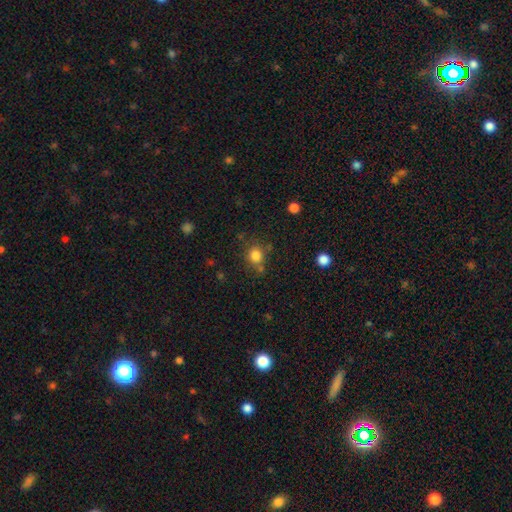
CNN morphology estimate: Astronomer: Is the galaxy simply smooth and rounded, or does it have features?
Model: smooth — 81%.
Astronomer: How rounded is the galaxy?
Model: round — 79%.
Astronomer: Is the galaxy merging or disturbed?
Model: none — 71%.